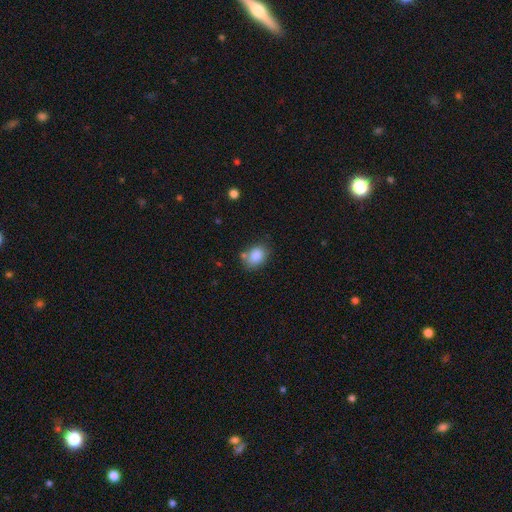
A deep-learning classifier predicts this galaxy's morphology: smooth_or_featured: smooth (p=0.86) [alt: star or artifact p=0.08]
how_rounded: in between (p=0.63) [alt: round p=0.36]
merging: none (p=0.67) [alt: minor disturbance p=0.19]